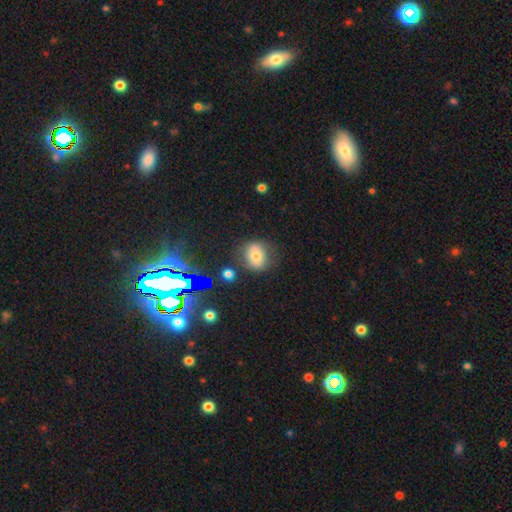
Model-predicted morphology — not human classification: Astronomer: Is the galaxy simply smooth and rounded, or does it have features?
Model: smooth — 68%.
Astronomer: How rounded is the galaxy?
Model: round — 67%.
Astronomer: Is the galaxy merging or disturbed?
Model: none — 72%.